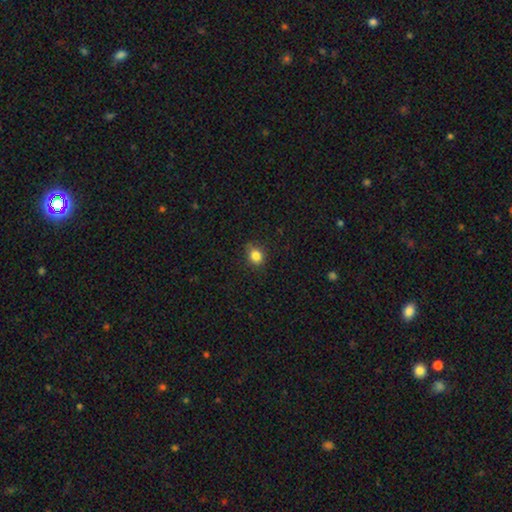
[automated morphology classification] Q: Smooth or featured?
A: smooth (84%); runner-up: star or artifact (11%)
Q: How rounded?
A: round (66%); runner-up: in between (33%)
Q: Merging?
A: none (83%); runner-up: minor disturbance (13%)